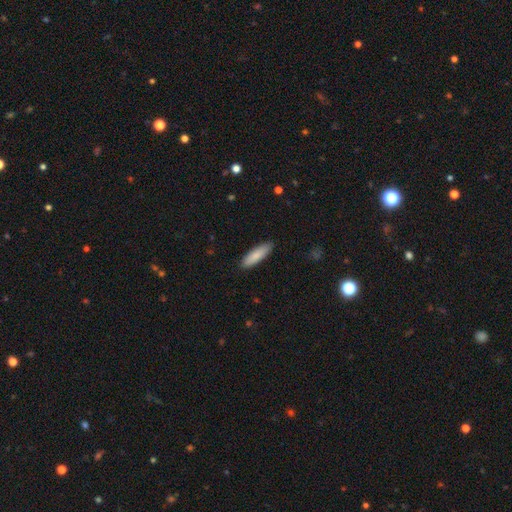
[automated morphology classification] smooth 86%, featured or disk 9%, star or artifact 5%. Down the decision tree: how rounded — cigar-shaped (60%); merging — none (89%).